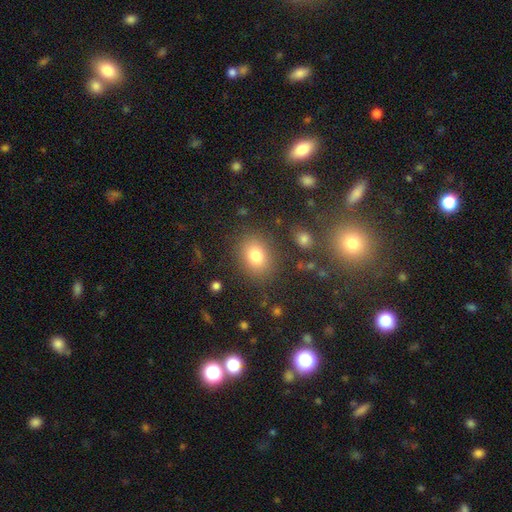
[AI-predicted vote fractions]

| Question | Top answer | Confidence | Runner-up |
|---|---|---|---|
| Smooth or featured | smooth | 79% | star or artifact (11%) |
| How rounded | in between | 56% | round (42%) |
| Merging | none | 82% | minor disturbance (11%) |